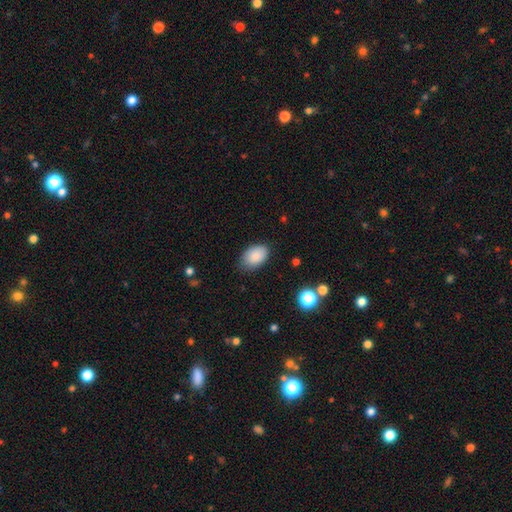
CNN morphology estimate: type=smooth (87%); roundness=in between (91%); merging=none (76%).